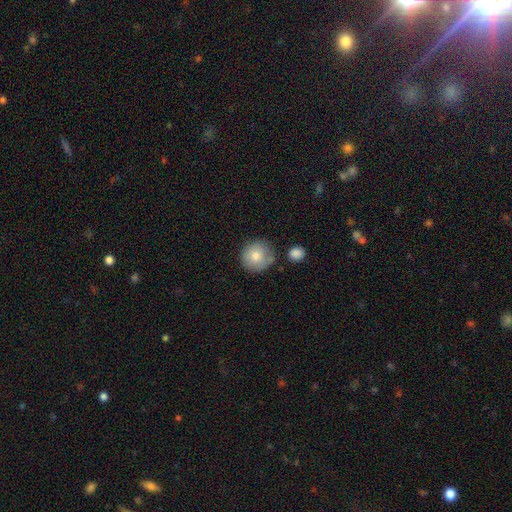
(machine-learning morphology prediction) smooth-or-featured: smooth: 78% | featured or disk: 14% | star or artifact: 8%
  how-rounded: round: 93% | in between: 6% | cigar-shaped: 1%
  merging: none: 72% | minor disturbance: 15% | merger: 8% | major disturbance: 4%